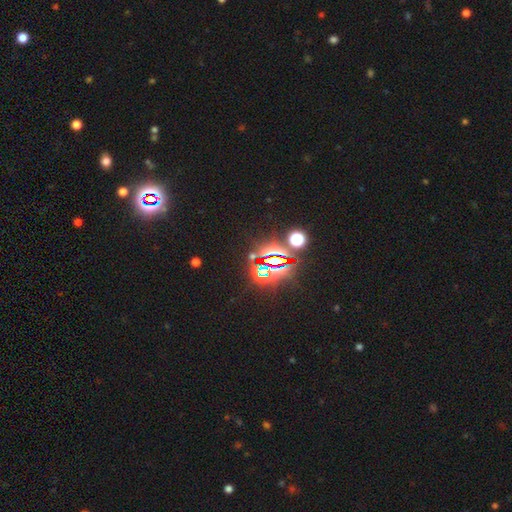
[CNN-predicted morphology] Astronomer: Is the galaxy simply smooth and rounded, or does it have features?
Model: star or artifact — 82%.